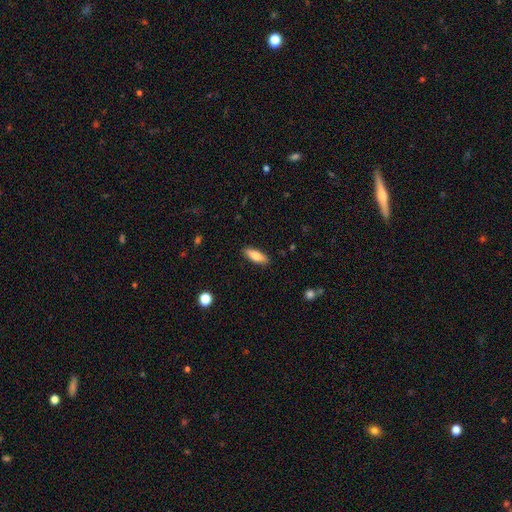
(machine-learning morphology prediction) This appears to be a smooth galaxy with no disk features (76%) that is in between round and cigar-shaped (62%). Merging: none (89%).